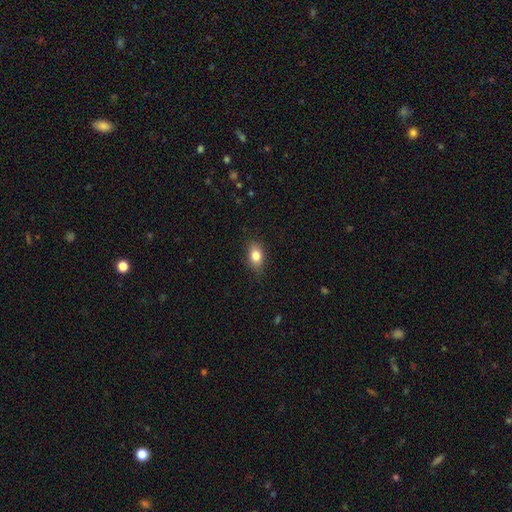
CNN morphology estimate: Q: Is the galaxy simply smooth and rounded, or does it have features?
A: smooth — 82%.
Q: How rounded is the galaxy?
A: in between — 81%.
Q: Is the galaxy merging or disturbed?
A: none — 82%.